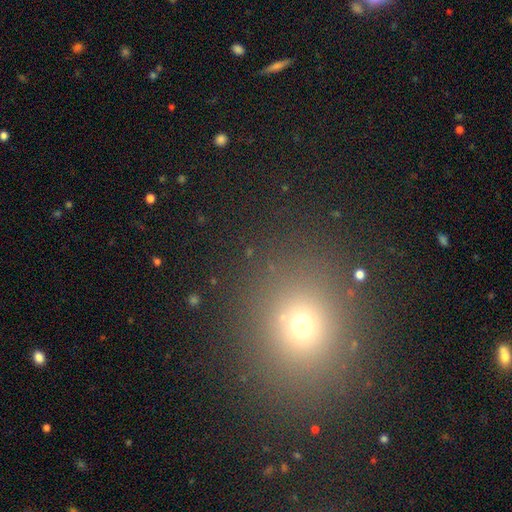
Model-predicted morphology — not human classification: smooth_or_featured: smooth (p=0.59) [alt: star or artifact p=0.33]
how_rounded: round (p=0.80) [alt: in between p=0.19]
merging: none (p=0.88) [alt: minor disturbance p=0.06]